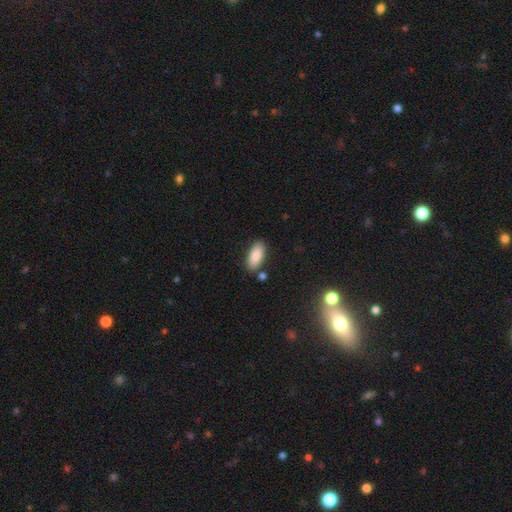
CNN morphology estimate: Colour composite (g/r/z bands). It shows a smooth galaxy with no disk features (86%) that is in between round and cigar-shaped (88%). Merging: none (83%).